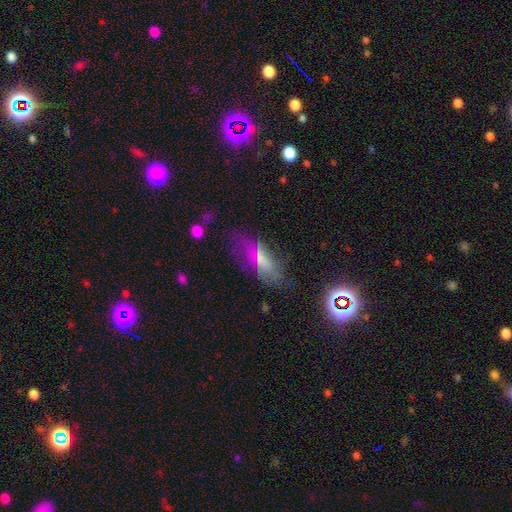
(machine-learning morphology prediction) Smooth or featured? featured or disk (39%, tied with smooth)
Merging? none (57%)